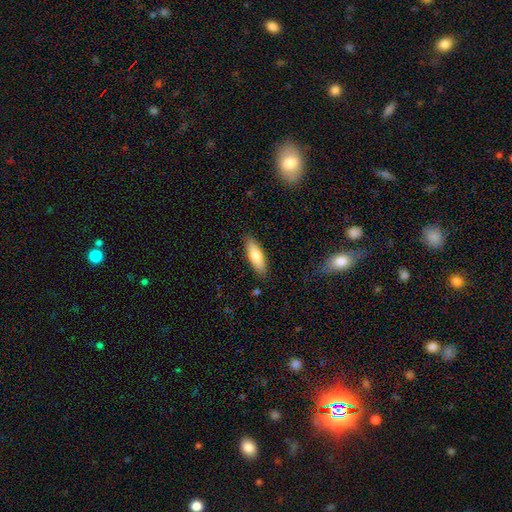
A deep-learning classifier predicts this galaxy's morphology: A smooth galaxy with no disk features (77%) that is in between round and cigar-shaped (60%).

Vote fractions:
- Smooth or featured? smooth: 77% / featured or disk: 17% / star or artifact: 6%
- How rounded? in between: 60% / cigar-shaped: 38% / round: 2%
- Merging? none: 87% / minor disturbance: 10% / major disturbance: 2% / merger: 1%